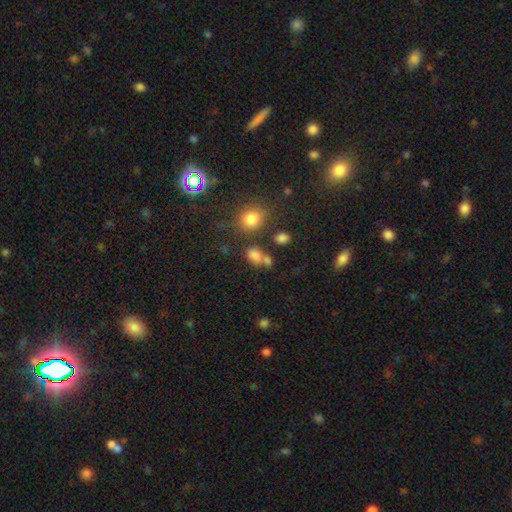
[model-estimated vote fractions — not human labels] smooth 74%, star or artifact 17%, featured or disk 9%. Down the decision tree: how rounded — in between (63%); merging — none (48%).